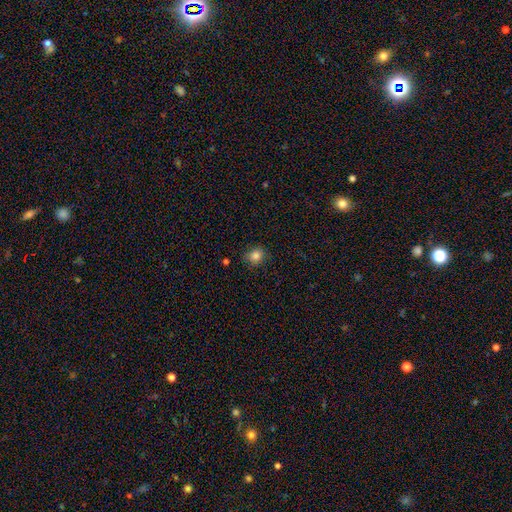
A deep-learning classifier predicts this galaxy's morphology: Smooth or featured? Predicted: smooth (p=0.83). How rounded? Predicted: round (p=0.73). Merging? Predicted: none (p=0.82).